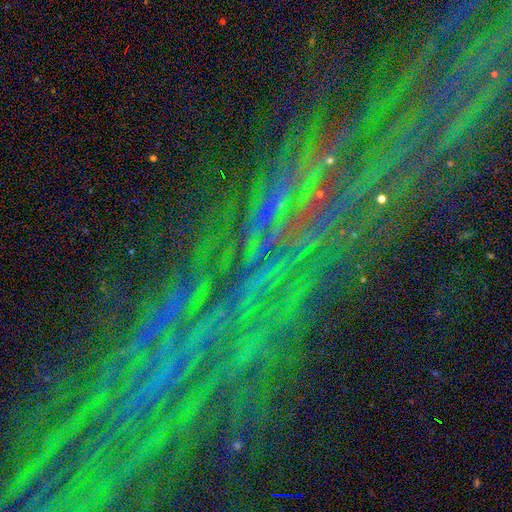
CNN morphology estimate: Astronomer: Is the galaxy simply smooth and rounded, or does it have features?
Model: star or artifact — 82%.